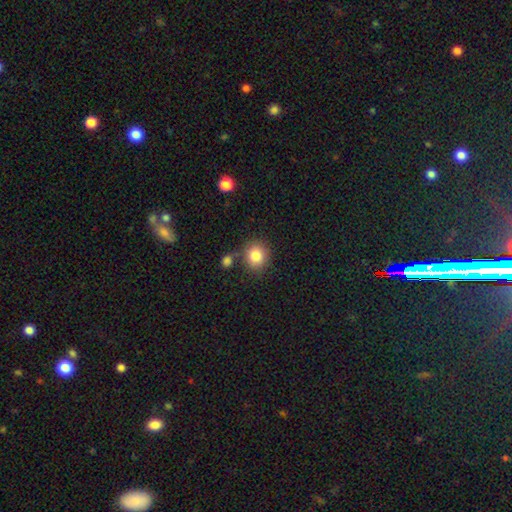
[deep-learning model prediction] Morphology: type=smooth (83%); roundness=round (82%); merging=none (74%).